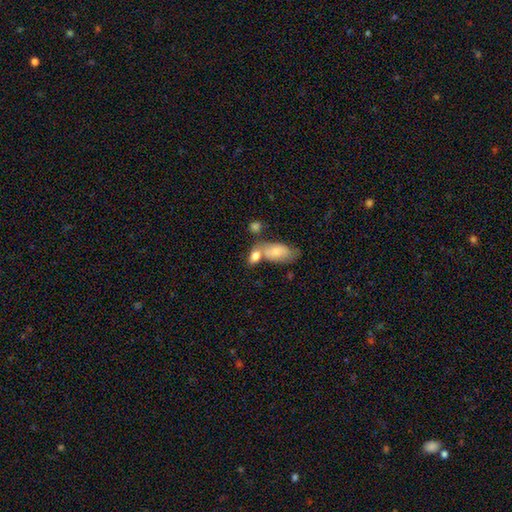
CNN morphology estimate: Smooth or featured? Predicted: smooth (p=0.78). How rounded? Predicted: in between (p=0.83). Merging? Predicted: merger (p=0.45).